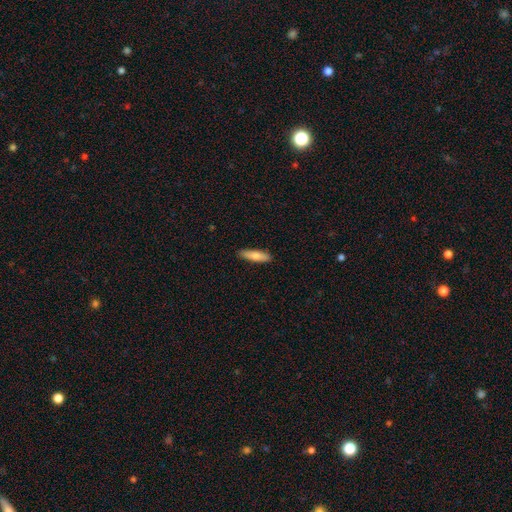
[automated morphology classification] type=smooth (78%); roundness=cigar-shaped (65%); merging=none (90%).